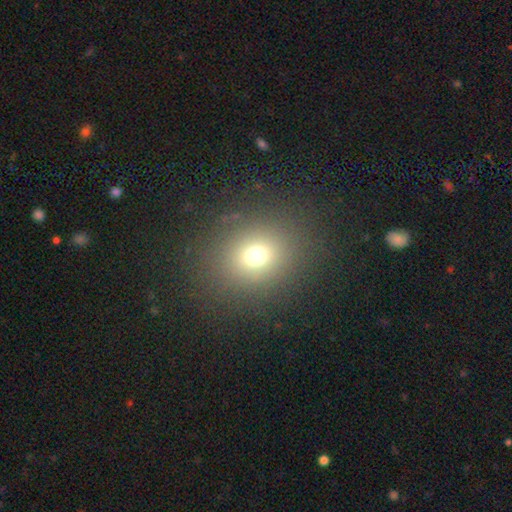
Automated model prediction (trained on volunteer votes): Overall: smooth (70%). How rounded: round (73%). Merging: none (86%).